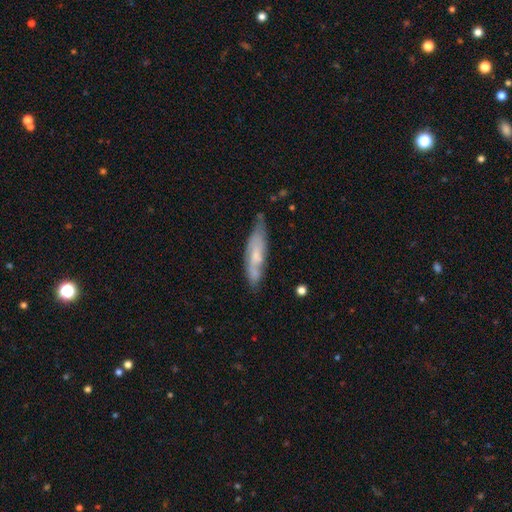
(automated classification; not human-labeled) smooth-or-featured: featured or disk: 51% | smooth: 42% | star or artifact: 7%
  disk-edge-on: no: 56% | yes: 44%
  merging: none: 63% | minor disturbance: 28% | major disturbance: 6% | merger: 3%